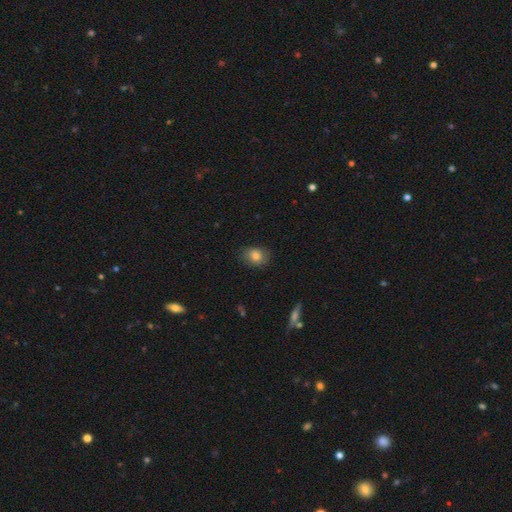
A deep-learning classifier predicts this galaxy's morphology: A smooth galaxy with no disk features (81%) that is in between round and cigar-shaped (52%). Merging: none (80%).